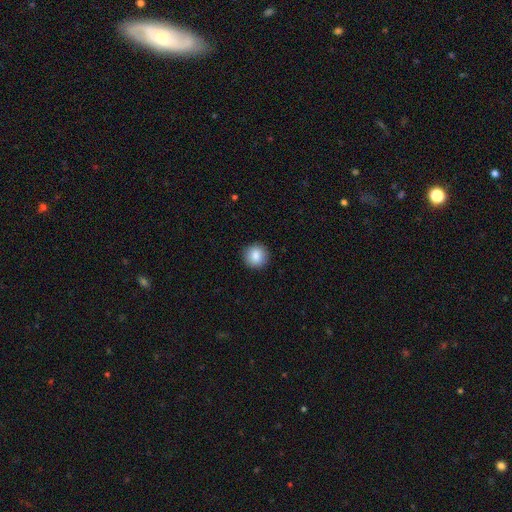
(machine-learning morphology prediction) type=smooth (87%); roundness=round (94%); merging=none (92%).